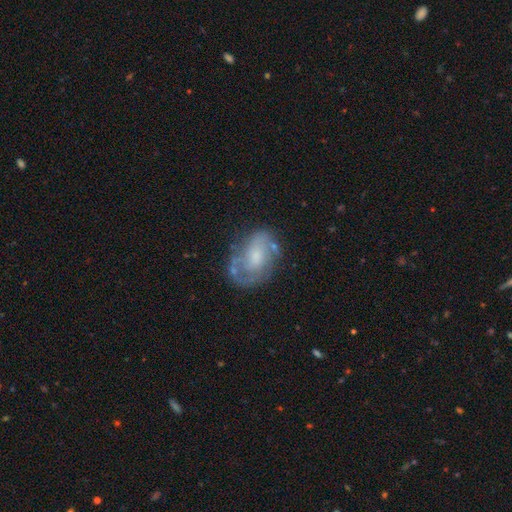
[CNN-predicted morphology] Smooth or featured?
  - featured or disk: 69% *
  - smooth: 23%
  - star or artifact: 8%
Edge-on disk?
  - no: 97% *
  - yes: 3%
Bar?
  - no: 62% *
  - weak: 32%
  - strong: 6%
Spiral arms?
  - yes: 77% *
  - no: 23%
Spiral winding?
  - medium: 43% *
  - tight: 35%
  - loose: 22%
Spiral arm count?
  - 2: 54% *
  - can't tell: 24%
  - 1: 13%
  - 3: 5%
  - 4: 2%
  - more than 4: 2%
Bulge size?
  - small: 39% *
  - moderate: 37%
  - none: 14%
  - large: 8%
  - dominant: 2%
Merging?
  - none: 58% *
  - minor disturbance: 23%
  - major disturbance: 14%
  - merger: 5%